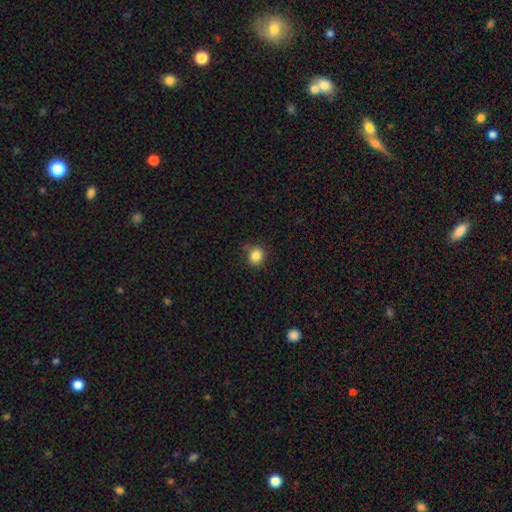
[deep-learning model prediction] Q: Smooth or featured?
A: smooth (85%); runner-up: star or artifact (11%)
Q: How rounded?
A: round (82%); runner-up: in between (17%)
Q: Merging?
A: none (84%); runner-up: minor disturbance (11%)